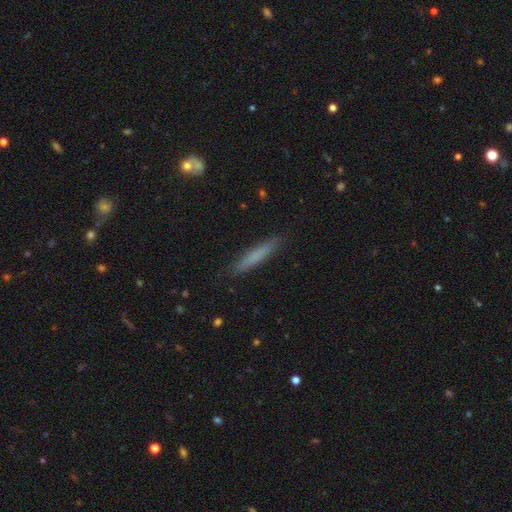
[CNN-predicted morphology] A smooth galaxy with no disk features (71%) that is cigar-shaped (94%). Merging: none (89%).